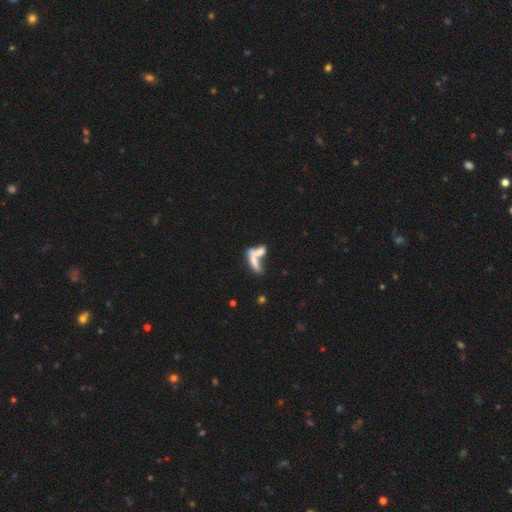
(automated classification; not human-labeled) smooth_or_featured: smooth (p=0.58) [alt: featured or disk p=0.32]
how_rounded: cigar-shaped (p=0.56) [alt: in between p=0.39]
merging: merger (p=0.60) [alt: none p=0.23]